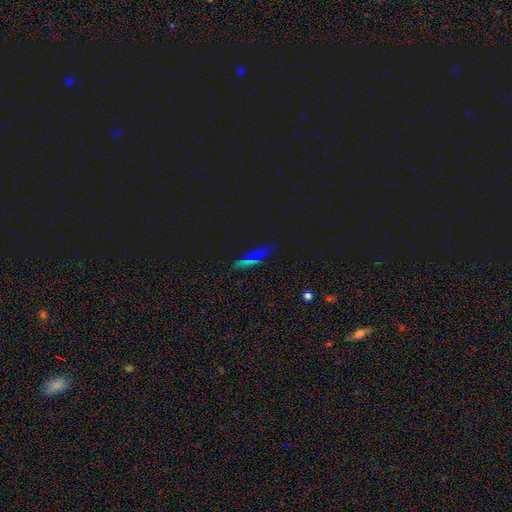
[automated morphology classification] Smooth or featured? smooth (48%)
Merging? none (75%)